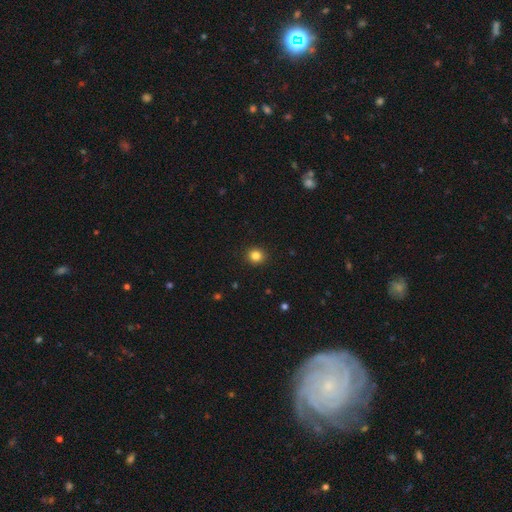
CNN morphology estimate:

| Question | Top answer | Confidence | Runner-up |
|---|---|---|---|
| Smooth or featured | smooth | 84% | star or artifact (11%) |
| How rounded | round | 88% | in between (12%) |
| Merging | none | 92% | minor disturbance (5%) |